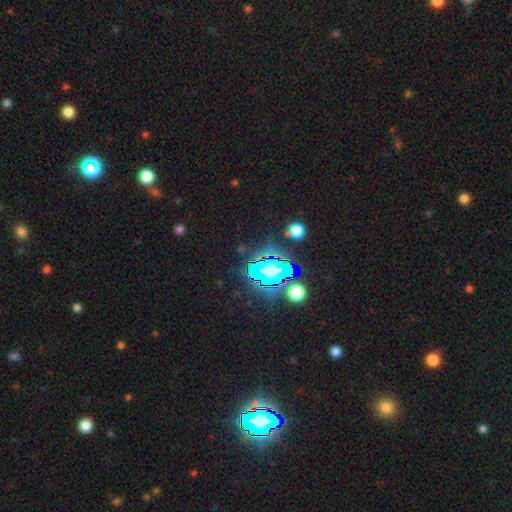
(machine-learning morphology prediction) Q: Smooth or featured?
A: star or artifact (83%); runner-up: smooth (10%)